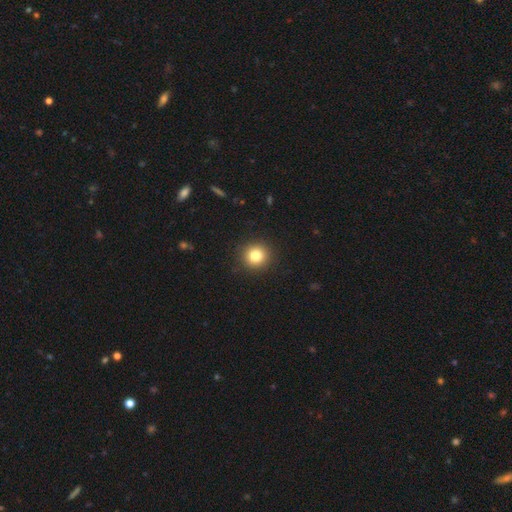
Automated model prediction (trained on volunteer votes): smooth 82%, star or artifact 11%, featured or disk 7%. Down the decision tree: how rounded — round (92%); merging — none (91%).